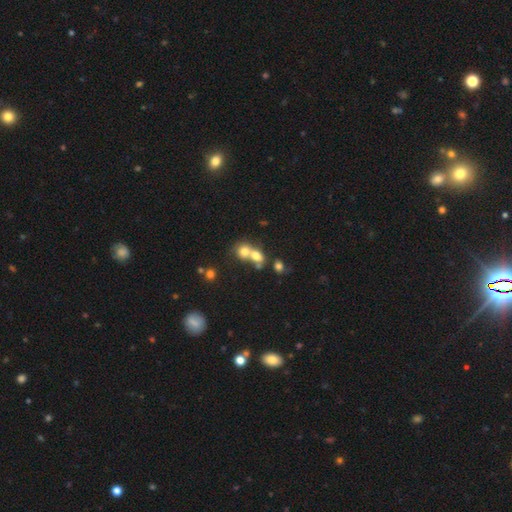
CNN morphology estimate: smooth 70%, featured or disk 18%, star or artifact 13%. Down the decision tree: how rounded — round (61%); merging — merger (69%).